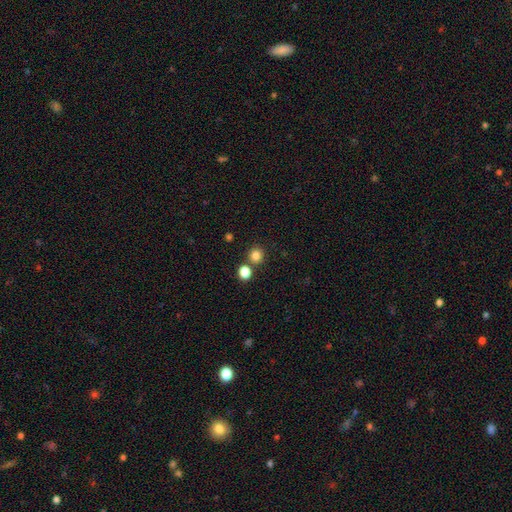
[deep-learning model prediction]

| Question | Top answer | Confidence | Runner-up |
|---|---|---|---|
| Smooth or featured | smooth | 82% | star or artifact (14%) |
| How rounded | round | 92% | in between (7%) |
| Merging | none | 78% | merger (14%) |